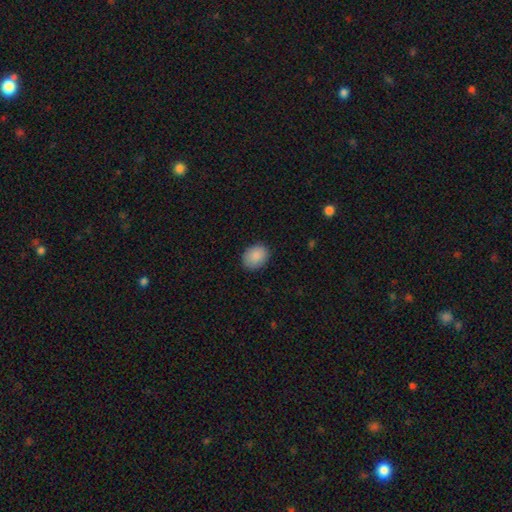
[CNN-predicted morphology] smooth 89%, star or artifact 7%, featured or disk 4%. Down the decision tree: how rounded — in between (60%); merging — none (87%).